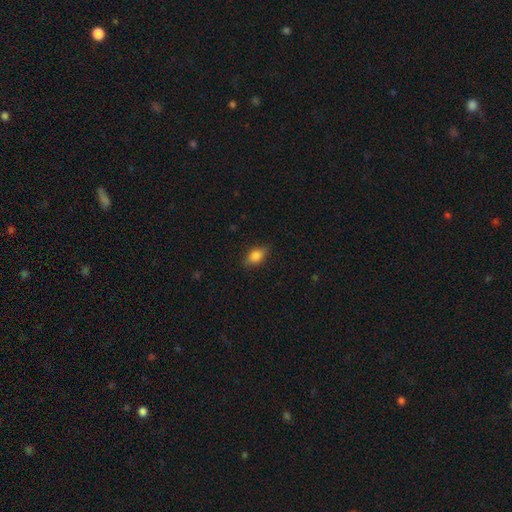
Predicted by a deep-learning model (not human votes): Smooth or featured: smooth — 82% (featured or disk — 10%)
How rounded: in between — 82% (round — 12%)
Merging: none — 82% (minor disturbance — 14%)